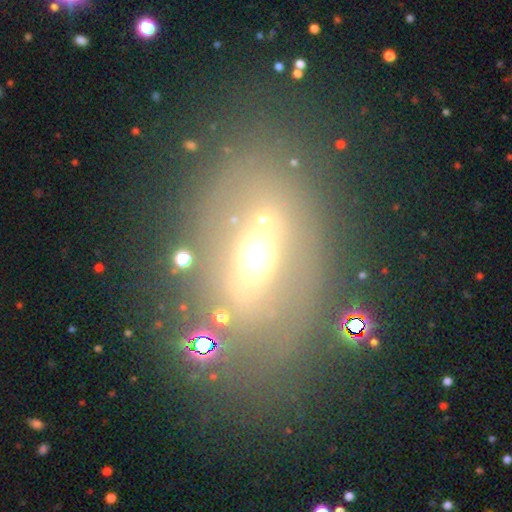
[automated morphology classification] This appears to be a smooth galaxy with no disk features (45%). Merging: none (71%).